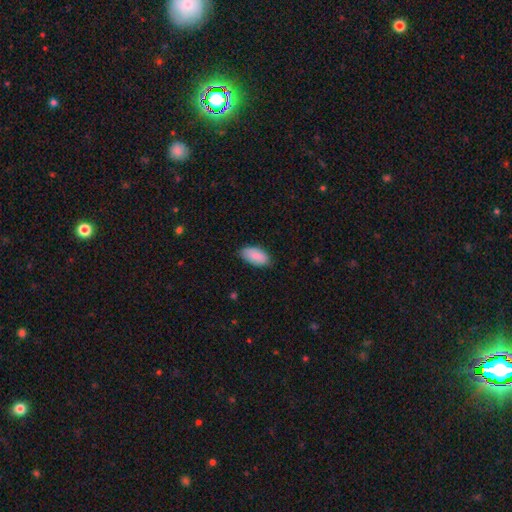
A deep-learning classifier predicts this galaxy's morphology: Smooth or featured: smooth — 88% (star or artifact — 6%)
How rounded: in between — 94% (cigar-shaped — 4%)
Merging: none — 81% (minor disturbance — 15%)